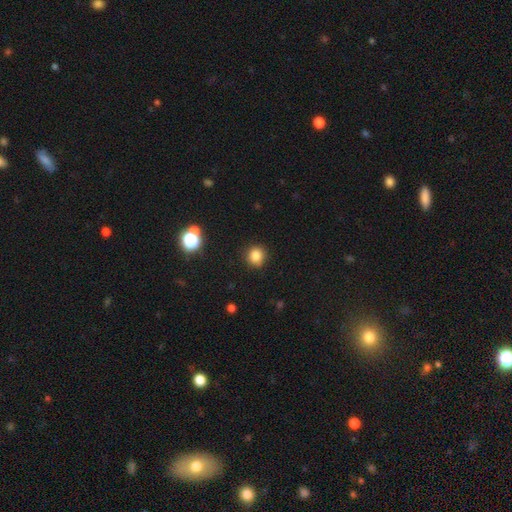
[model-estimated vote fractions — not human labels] The model was most divided on "smooth or featured": smooth: 83%, star or artifact: 13%, featured or disk: 5%. More confident: merging — none (89%); how rounded — round (88%).